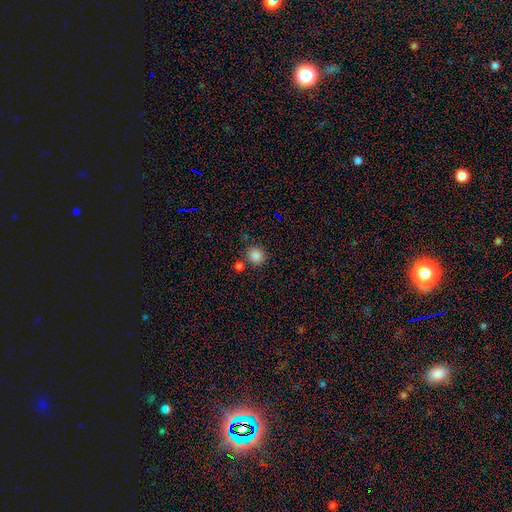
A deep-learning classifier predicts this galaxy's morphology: Q: Smooth or featured?
A: smooth (85%); runner-up: star or artifact (11%)
Q: How rounded?
A: round (92%); runner-up: in between (7%)
Q: Merging?
A: none (77%); runner-up: merger (11%)